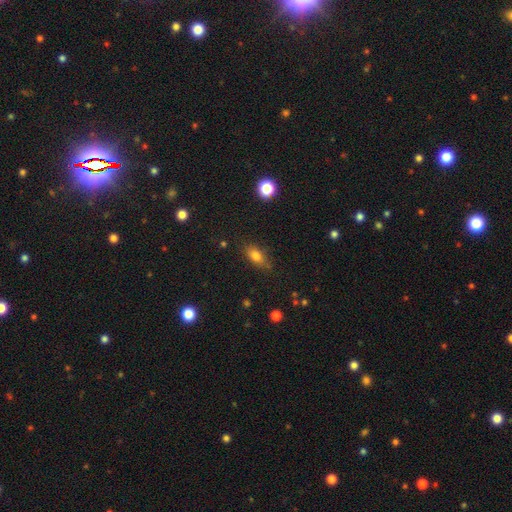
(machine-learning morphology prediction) Overall: smooth (77%). How rounded: in between (81%). Merging: none (76%).